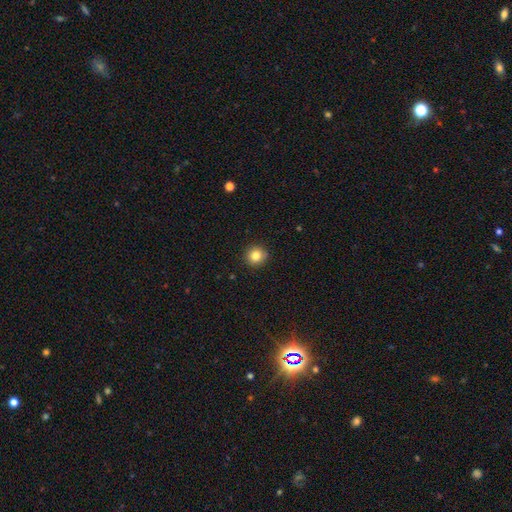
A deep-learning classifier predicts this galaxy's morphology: Q: Smooth or featured?
A: smooth (83%); runner-up: star or artifact (11%)
Q: How rounded?
A: round (92%); runner-up: in between (7%)
Q: Merging?
A: none (90%); runner-up: minor disturbance (7%)